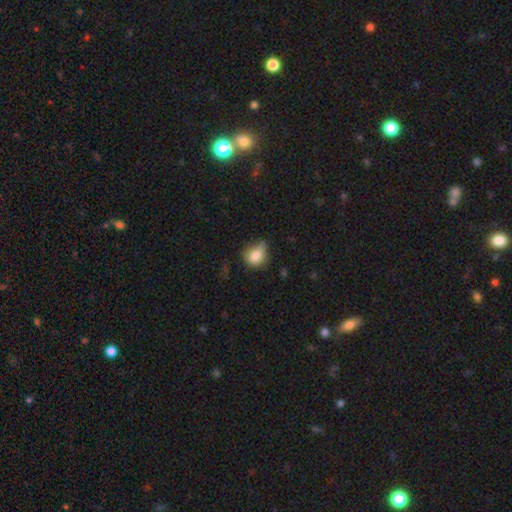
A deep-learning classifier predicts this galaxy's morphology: A smooth galaxy with no disk features (79%) that is round (54%).

Vote fractions:
- Smooth or featured? smooth: 79% / featured or disk: 11% / star or artifact: 10%
- How rounded? round: 54% / in between: 44% / cigar-shaped: 2%
- Merging? none: 43% / minor disturbance: 40% / major disturbance: 13% / merger: 4%